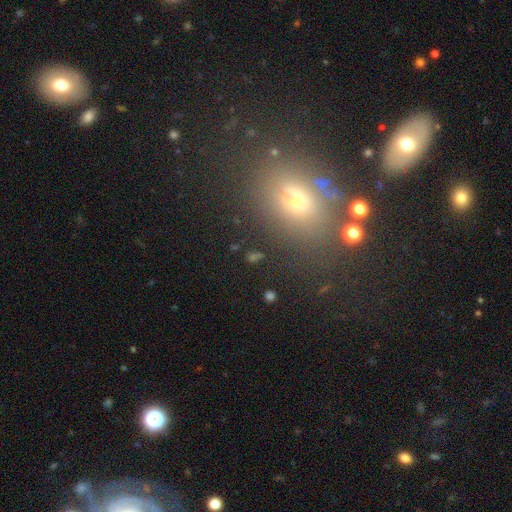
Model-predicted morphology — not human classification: Overall: smooth (49%; star or artifact 29%). Merging: none (68%).